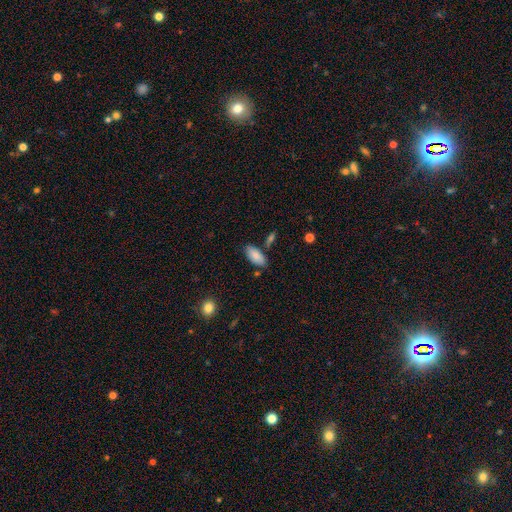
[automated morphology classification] smooth 87%, star or artifact 7%, featured or disk 6%. Down the decision tree: how rounded — in between (92%); merging — none (78%).